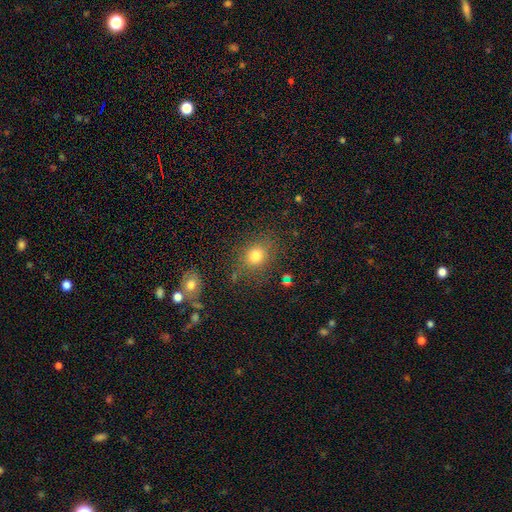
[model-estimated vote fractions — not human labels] Q: Smooth or featured?
A: smooth (76%); runner-up: star or artifact (15%)
Q: How rounded?
A: round (68%); runner-up: in between (30%)
Q: Merging?
A: none (79%); runner-up: minor disturbance (12%)